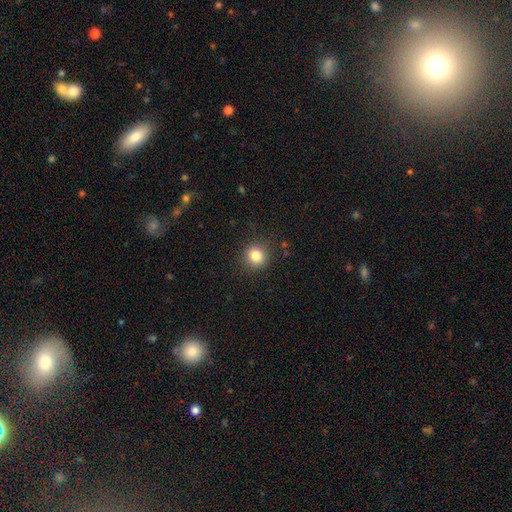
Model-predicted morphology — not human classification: Smooth or featured: smooth — 83% (star or artifact — 11%)
How rounded: round — 90% (in between — 10%)
Merging: none — 89% (minor disturbance — 8%)